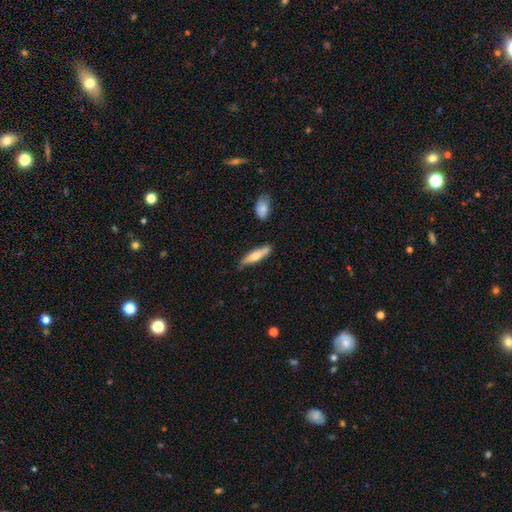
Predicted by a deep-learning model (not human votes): A smooth galaxy with no disk features (67%) that is cigar-shaped (70%).

Vote fractions:
- Smooth or featured? smooth: 67% / featured or disk: 27% / star or artifact: 6%
- How rounded? cigar-shaped: 70% / in between: 28% / round: 2%
- Merging? none: 69% / minor disturbance: 21% / merger: 6% / major disturbance: 4%